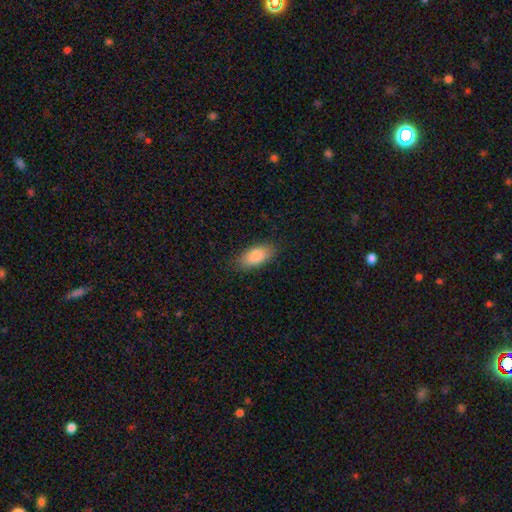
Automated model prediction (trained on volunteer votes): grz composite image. It shows a smooth galaxy with no disk features (87%) that is in between round and cigar-shaped (90%). Merging: none (85%).